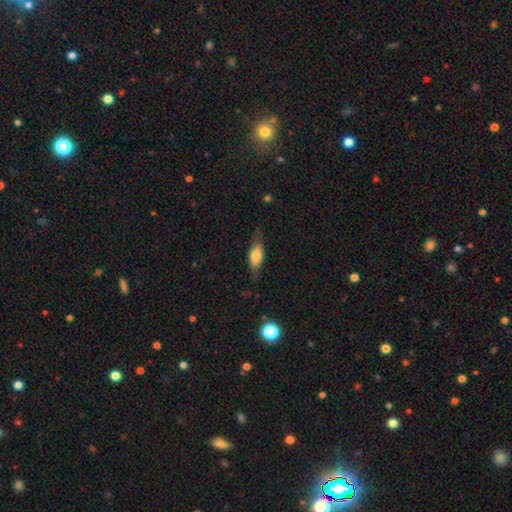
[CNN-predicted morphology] This appears to be a smooth galaxy with no disk features (66%) that is in between round and cigar-shaped (73%). Merging: none (67%).